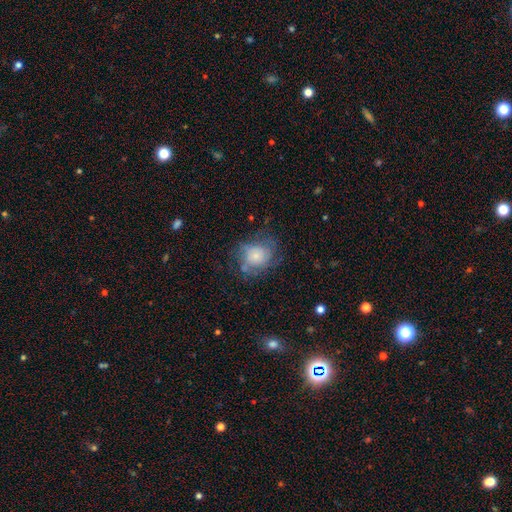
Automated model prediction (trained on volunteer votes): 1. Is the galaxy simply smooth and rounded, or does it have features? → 53% smooth, 37% featured or disk, 10% star or artifact.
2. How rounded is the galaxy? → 58% round, 41% in between, 1% cigar-shaped.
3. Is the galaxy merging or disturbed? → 53% none, 26% minor disturbance, 19% major disturbance, 3% merger.